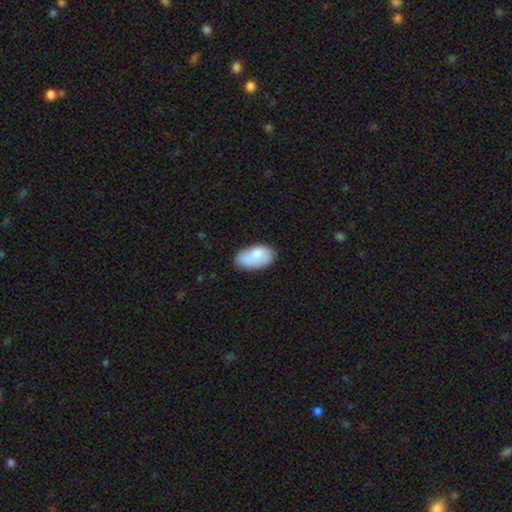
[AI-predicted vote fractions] smooth_or_featured: smooth (p=0.77) [alt: featured or disk p=0.16]
how_rounded: in between (p=0.94) [alt: round p=0.04]
merging: none (p=0.60) [alt: minor disturbance p=0.27]